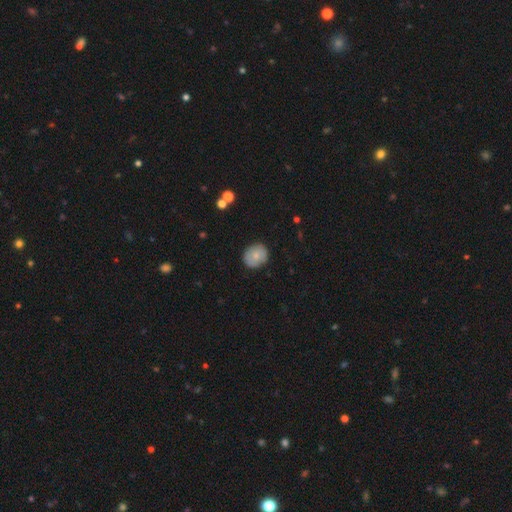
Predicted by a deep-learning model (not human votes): smooth-or-featured: smooth: 75% | featured or disk: 17% | star or artifact: 8%
  how-rounded: round: 66% | in between: 33% | cigar-shaped: 1%
  merging: none: 84% | minor disturbance: 12% | major disturbance: 3% | merger: 1%